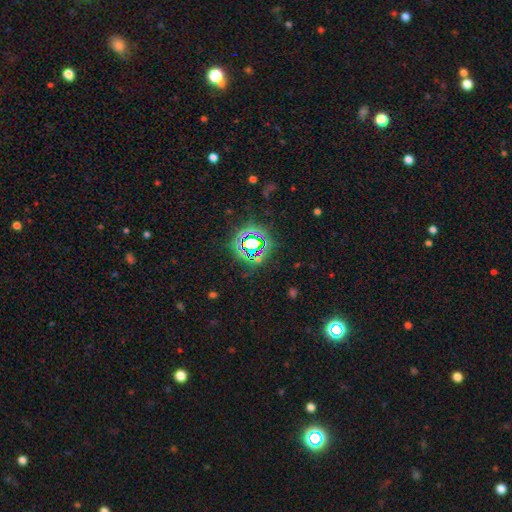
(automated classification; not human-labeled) smooth-or-featured: star or artifact: 77% | smooth: 14% | featured or disk: 8%